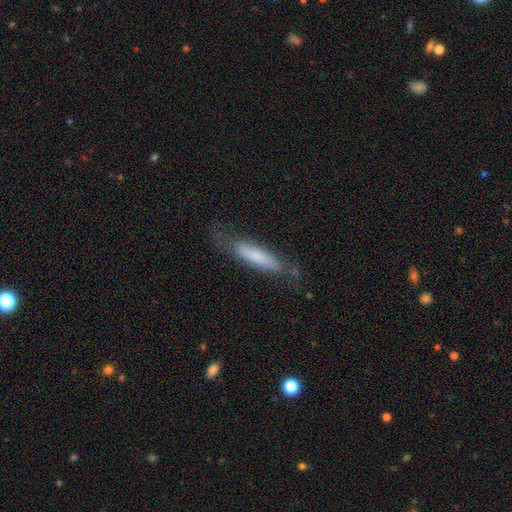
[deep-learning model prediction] Smooth or featured? smooth (66%)
How rounded? cigar-shaped (83%)
Merging? none (66%)